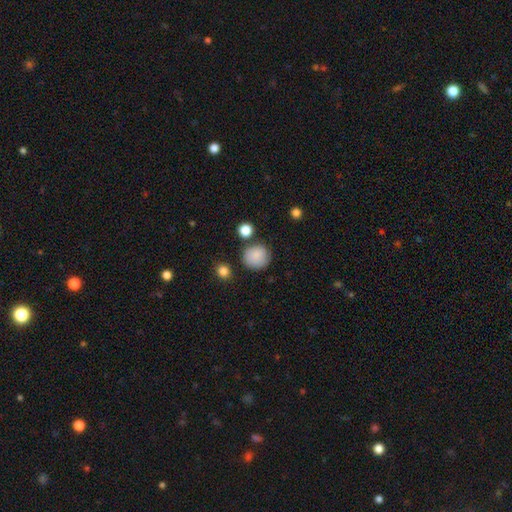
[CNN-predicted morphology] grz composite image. It shows a smooth galaxy with no disk features (85%) that is round (90%). Merging: none (79%).